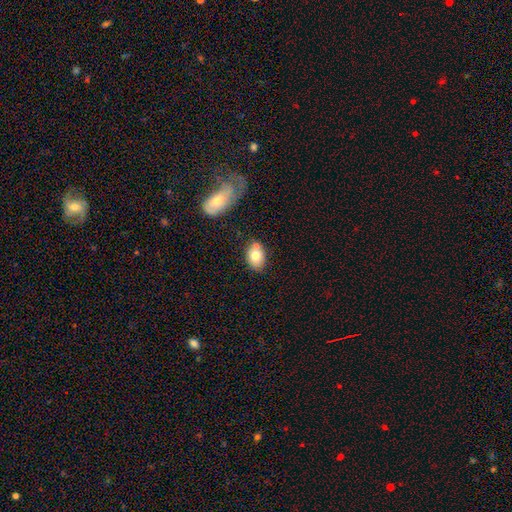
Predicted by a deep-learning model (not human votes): Morphology: type=smooth (76%); roundness=in between (74%); merging=none (64%).